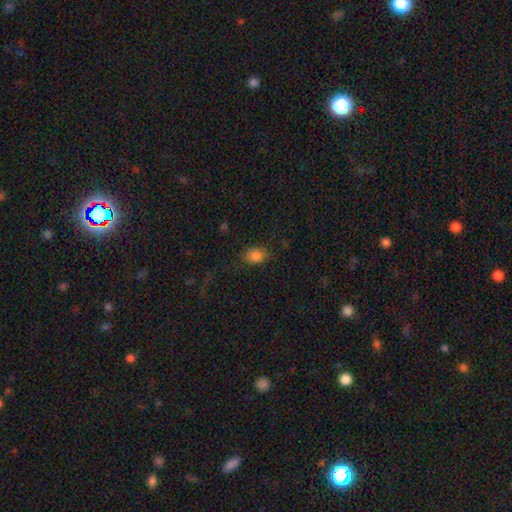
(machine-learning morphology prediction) A smooth galaxy with no disk features (83%) that is in between round and cigar-shaped (64%).

Vote fractions:
- Smooth or featured? smooth: 83% / star or artifact: 12% / featured or disk: 5%
- How rounded? in between: 64% / round: 35% / cigar-shaped: 1%
- Merging? none: 77% / minor disturbance: 16% / major disturbance: 6% / merger: 2%